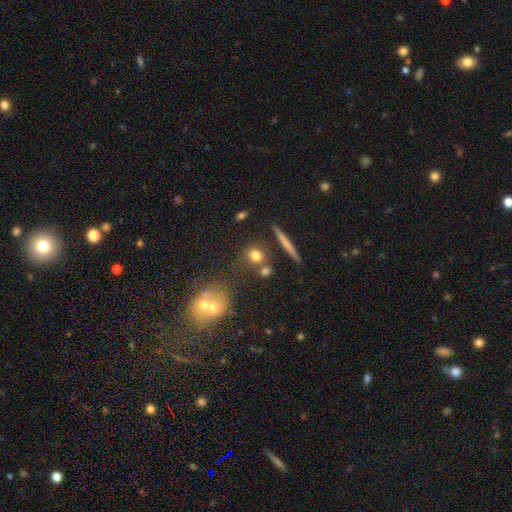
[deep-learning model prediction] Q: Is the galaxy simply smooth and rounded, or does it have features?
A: smooth — 74%.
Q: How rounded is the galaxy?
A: round — 79%.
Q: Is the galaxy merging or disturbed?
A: none — 72%.